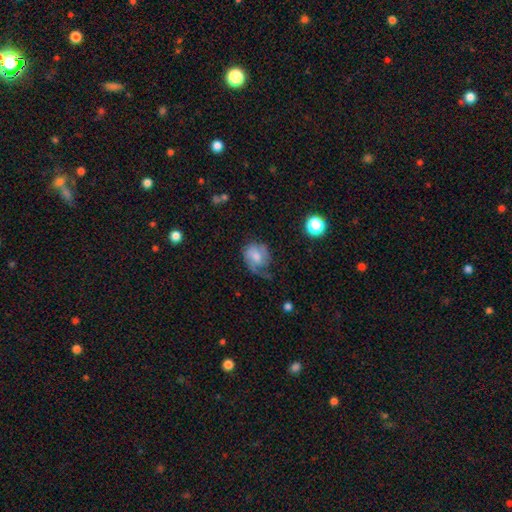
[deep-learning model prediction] Smooth or featured? featured or disk (53%)
Edge-on disk? no (97%)
Bar? no (54%)
Spiral arms? yes (83%)
Bulge size? moderate (46%)
Merging? none (37%)